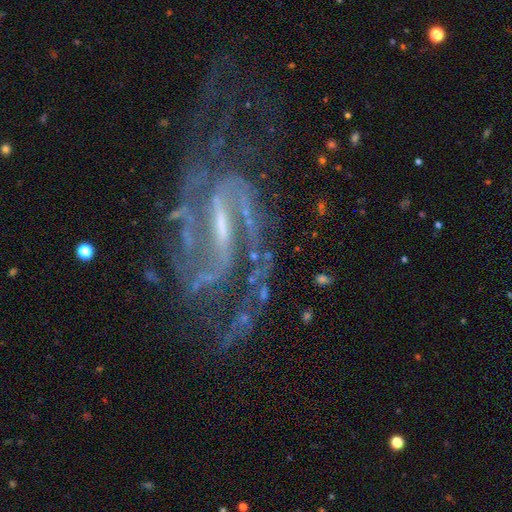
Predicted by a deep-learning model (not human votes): featured or disk 90%, star or artifact 7%, smooth 3%. Down the decision tree: edge-on disk — no (96%); bar — strong (52%); spiral arms — yes (97%); spiral arm count — 2 (81%); spiral winding — medium (55%); bulge size — small (54%); merging — none (59%).